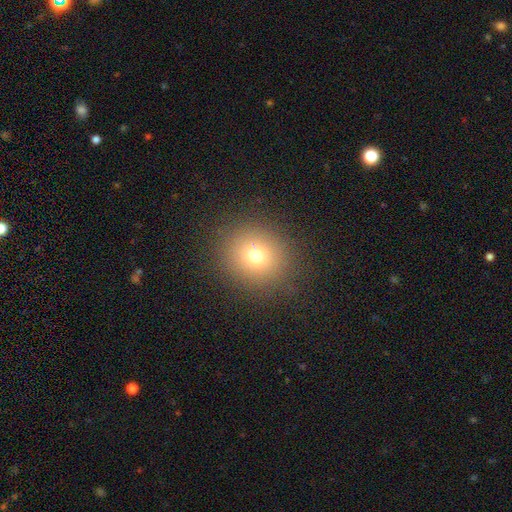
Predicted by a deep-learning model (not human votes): Morphology: type=smooth (73%); roundness=round (83%); merging=none (89%).